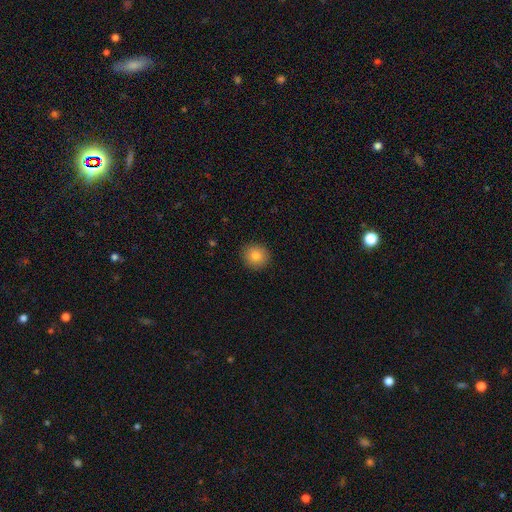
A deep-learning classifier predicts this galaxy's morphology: smooth_or_featured: smooth (p=0.82) [alt: star or artifact p=0.10]
how_rounded: round (p=0.92) [alt: in between p=0.07]
merging: none (p=0.91) [alt: minor disturbance p=0.06]